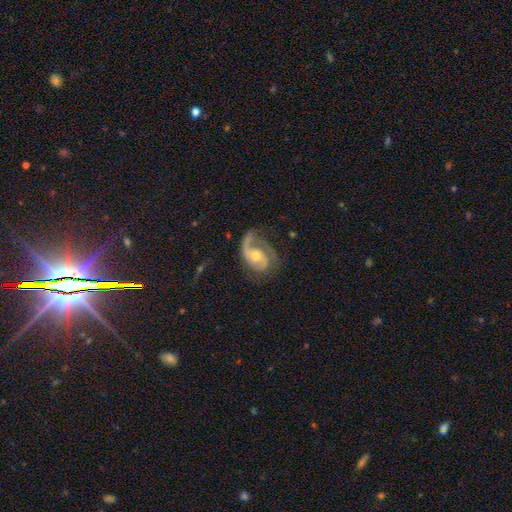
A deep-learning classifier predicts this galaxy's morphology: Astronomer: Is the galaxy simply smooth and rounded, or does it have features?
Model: featured or disk — 84%.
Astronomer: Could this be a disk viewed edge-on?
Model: no — 97%.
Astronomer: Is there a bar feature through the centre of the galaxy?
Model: no — 66%.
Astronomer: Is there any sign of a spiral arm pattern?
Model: yes — 94%.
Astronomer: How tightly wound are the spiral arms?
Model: medium — 44% (runner-up: tight, 32%).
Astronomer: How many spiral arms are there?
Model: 2 — 54% (runner-up: 1, 32%).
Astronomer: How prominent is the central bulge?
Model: moderate — 63%.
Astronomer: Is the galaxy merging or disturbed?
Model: none — 51%.